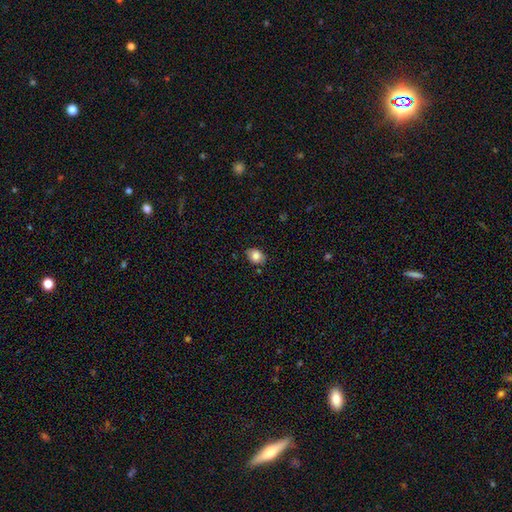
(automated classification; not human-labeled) Smooth or featured? Predicted: smooth (p=0.83). How rounded? Predicted: in between (p=0.66). Merging? Predicted: none (p=0.80).